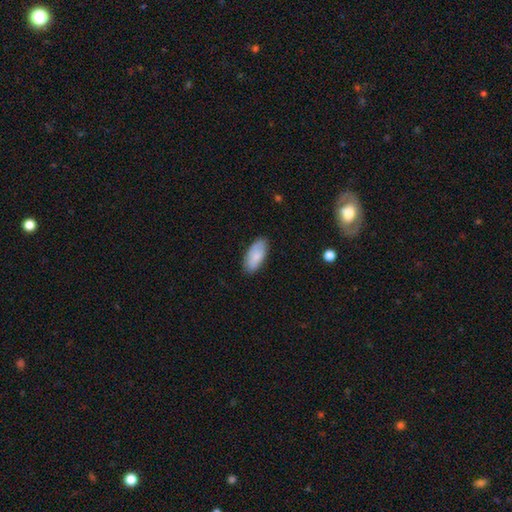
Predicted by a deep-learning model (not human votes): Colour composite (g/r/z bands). It shows a smooth galaxy with no disk features (82%) that is in between round and cigar-shaped (90%). Merging: none (82%).